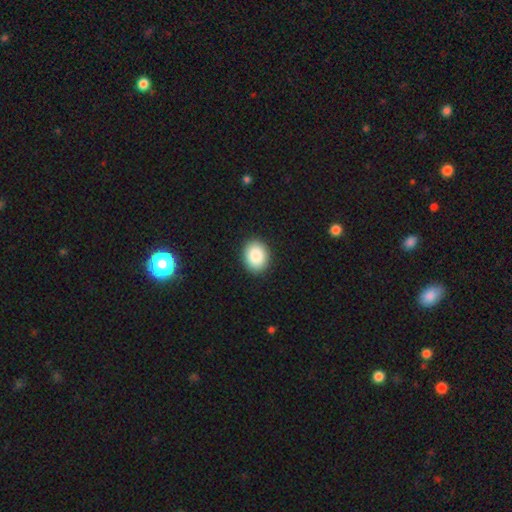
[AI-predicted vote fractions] Smooth or featured: smooth — 88% (star or artifact — 7%)
How rounded: in between — 52% (round — 48%)
Merging: none — 91% (minor disturbance — 6%)